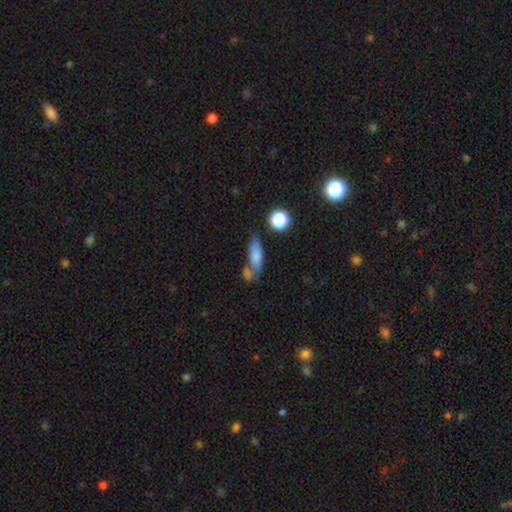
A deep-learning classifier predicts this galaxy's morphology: smooth 74%, featured or disk 16%, star or artifact 10%. Down the decision tree: how rounded — in between (61%); merging — none (43%).